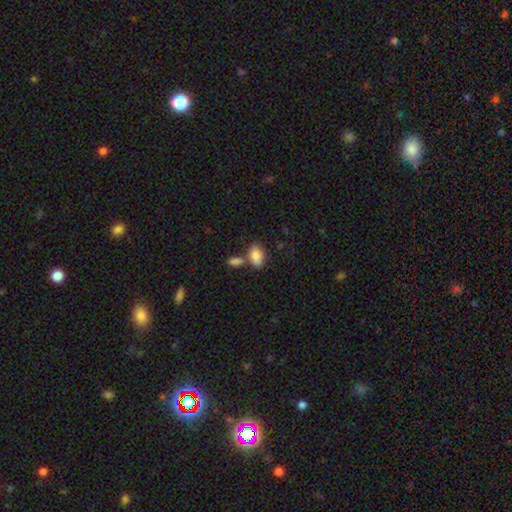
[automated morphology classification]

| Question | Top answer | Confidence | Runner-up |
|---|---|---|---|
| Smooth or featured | smooth | 86% | star or artifact (7%) |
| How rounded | in between | 91% | round (7%) |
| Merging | none | 52% | merger (28%) |